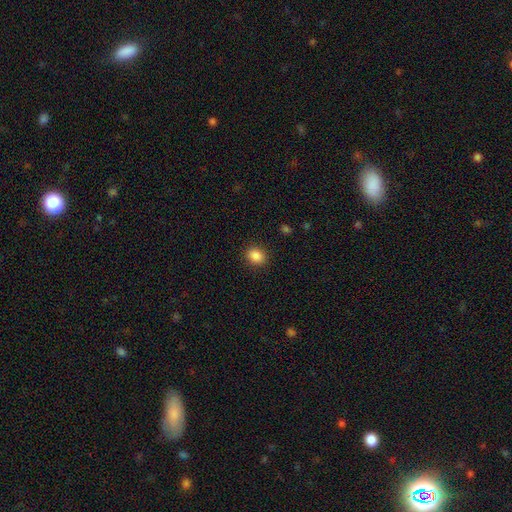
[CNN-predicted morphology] smooth-or-featured: smooth: 87% | star or artifact: 10% | featured or disk: 3%
  how-rounded: in between: 51% | round: 48% | cigar-shaped: 1%
  merging: none: 89% | minor disturbance: 7% | major disturbance: 2% | merger: 1%